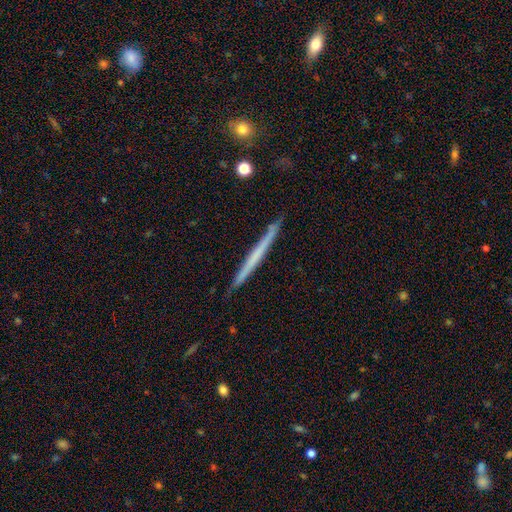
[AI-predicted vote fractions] A featured or disk galaxy (50%). Merging: none (91%).